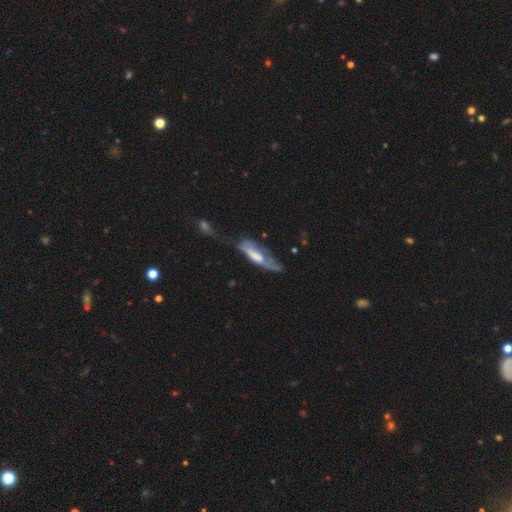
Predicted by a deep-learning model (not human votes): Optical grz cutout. It shows a smooth galaxy with no disk features (48%). Merging: major disturbance (40%).